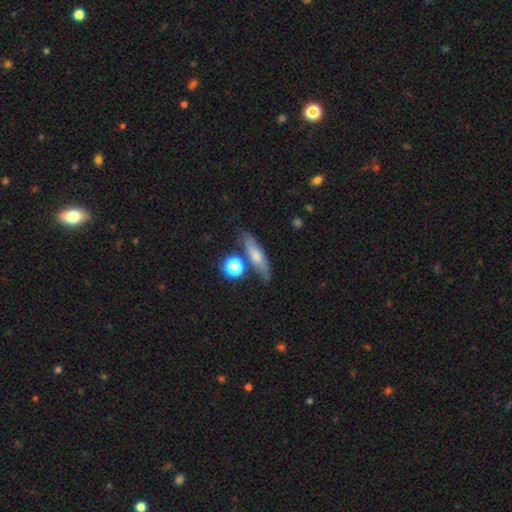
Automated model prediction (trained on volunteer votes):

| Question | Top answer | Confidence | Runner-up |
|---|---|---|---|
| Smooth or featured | smooth | 57% | featured or disk (33%) |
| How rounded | cigar-shaped | 59% | in between (32%) |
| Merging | none | 69% | minor disturbance (17%) |